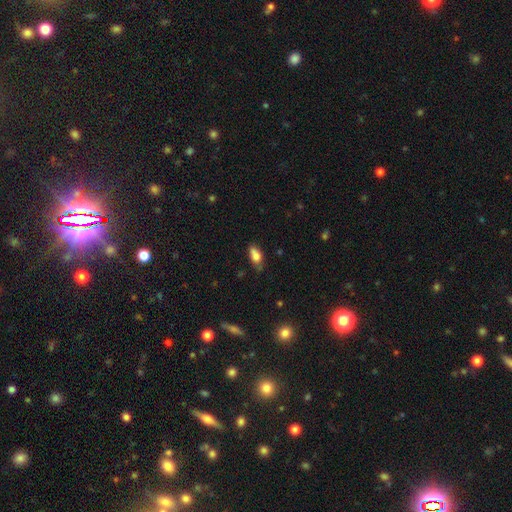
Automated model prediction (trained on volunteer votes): The model was most divided on "merging": none: 50%, minor disturbance: 33%, major disturbance: 10%, merger: 7%. More confident: how rounded — in between (84%); smooth or featured — smooth (76%).